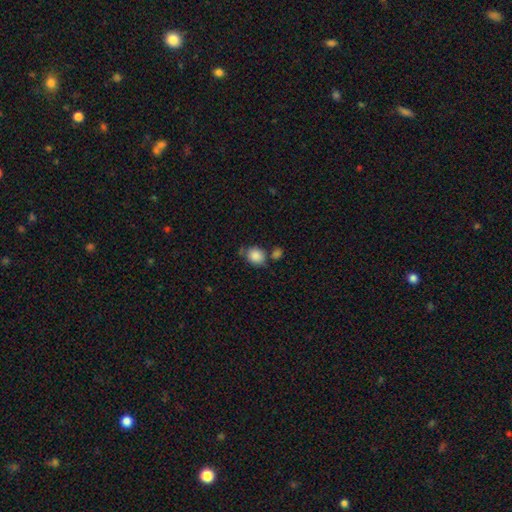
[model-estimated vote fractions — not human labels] smooth 87%, star or artifact 8%, featured or disk 5%. Down the decision tree: how rounded — round (69%); merging — none (60%).